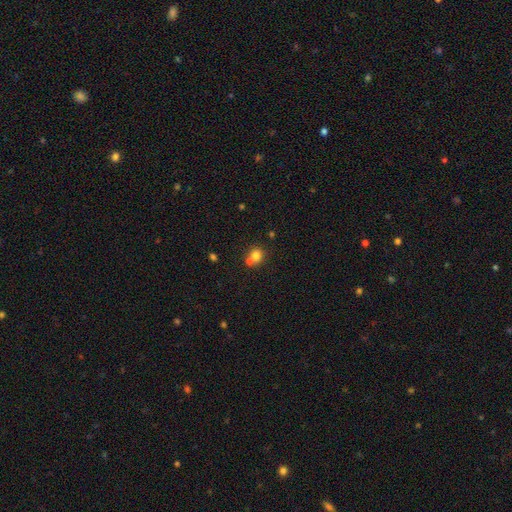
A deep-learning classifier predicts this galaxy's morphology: This appears to be a smooth galaxy with no disk features (76%) that is round (85%). Merging: none (51%).